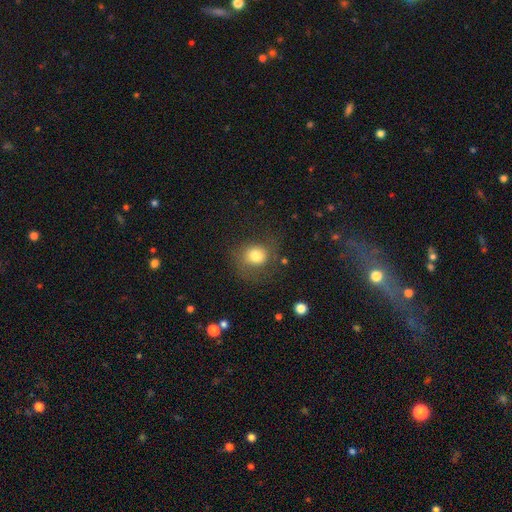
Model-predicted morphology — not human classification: Smooth or featured? smooth (74%)
How rounded? round (76%)
Merging? none (61%)